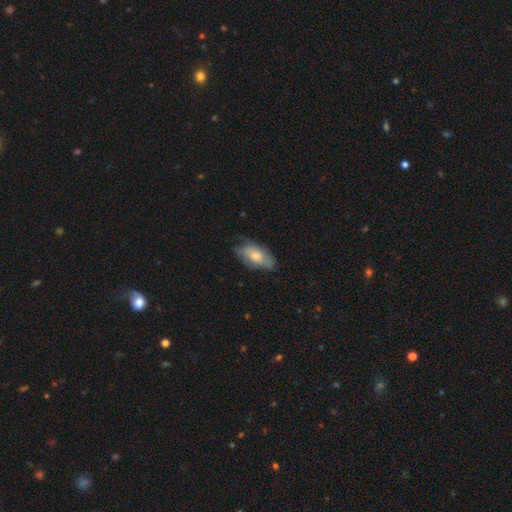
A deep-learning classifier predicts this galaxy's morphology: Q: Smooth or featured?
A: smooth (54%); runner-up: featured or disk (40%)
Q: How rounded?
A: in between (90%); runner-up: cigar-shaped (7%)
Q: Merging?
A: none (56%); runner-up: minor disturbance (32%)